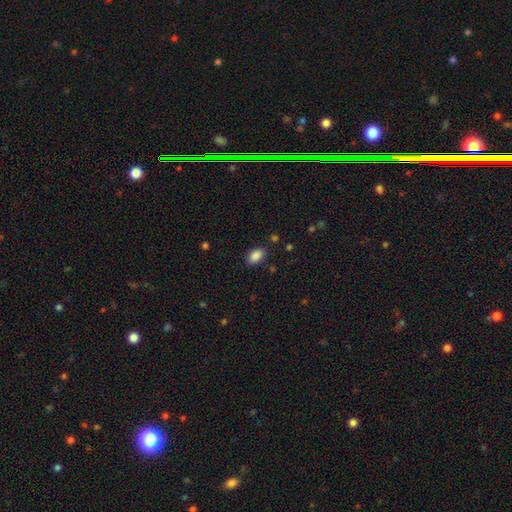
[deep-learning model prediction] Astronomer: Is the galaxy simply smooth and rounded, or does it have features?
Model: smooth — 87%.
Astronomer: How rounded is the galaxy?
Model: in between — 90%.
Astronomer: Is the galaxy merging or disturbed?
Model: none — 84%.